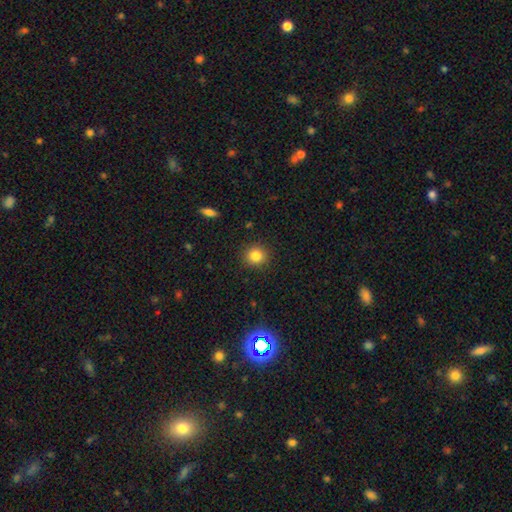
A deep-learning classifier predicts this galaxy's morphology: Q: Smooth or featured?
A: smooth (83%); runner-up: star or artifact (11%)
Q: How rounded?
A: round (89%); runner-up: in between (10%)
Q: Merging?
A: none (90%); runner-up: minor disturbance (6%)